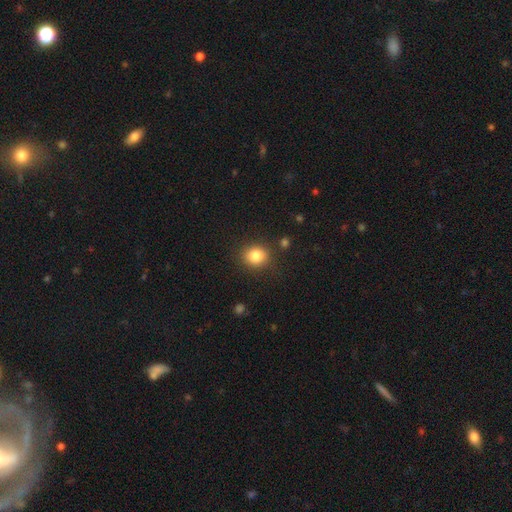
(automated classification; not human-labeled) Smooth or featured: smooth — 83% (star or artifact — 10%)
How rounded: round — 76% (in between — 23%)
Merging: none — 85% (minor disturbance — 9%)